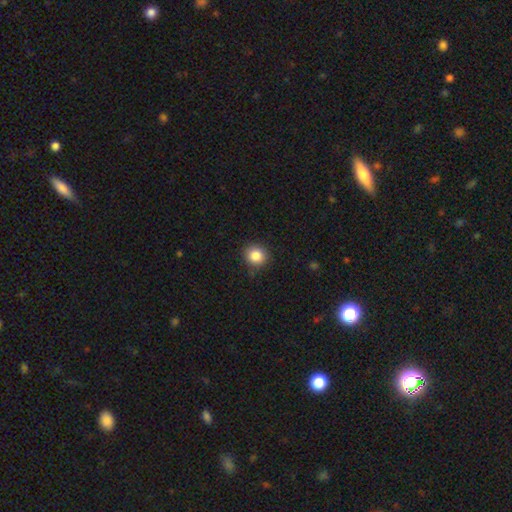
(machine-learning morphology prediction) Q: Smooth or featured?
A: smooth (85%); runner-up: star or artifact (10%)
Q: How rounded?
A: round (88%); runner-up: in between (12%)
Q: Merging?
A: none (88%); runner-up: minor disturbance (9%)